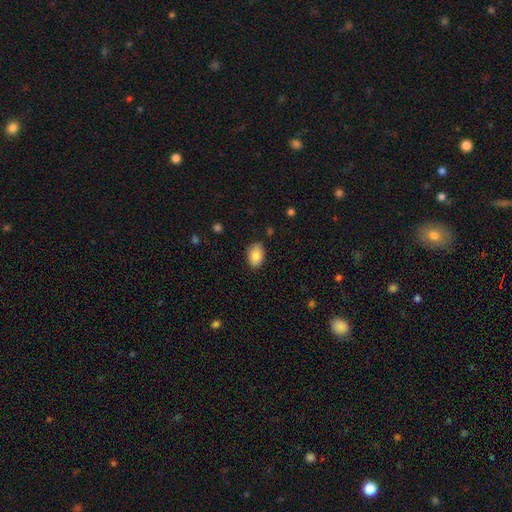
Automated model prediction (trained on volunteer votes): This is clearly a smooth galaxy (85%). How rounded: clearly in between (86%). Merging: clearly none (84%).